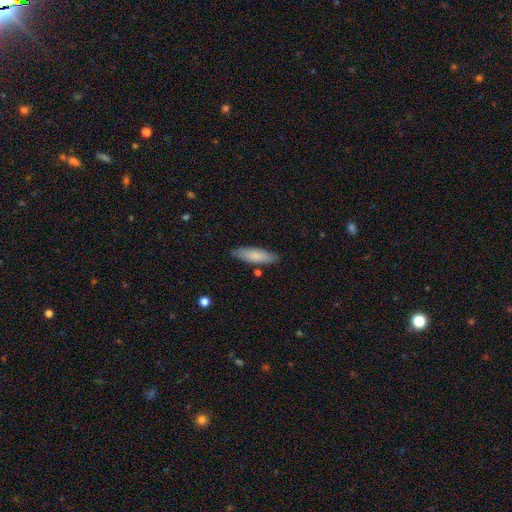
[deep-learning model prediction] This is clearly a smooth galaxy (81%). How rounded: possibly in between (51%). Merging: clearly none (83%).